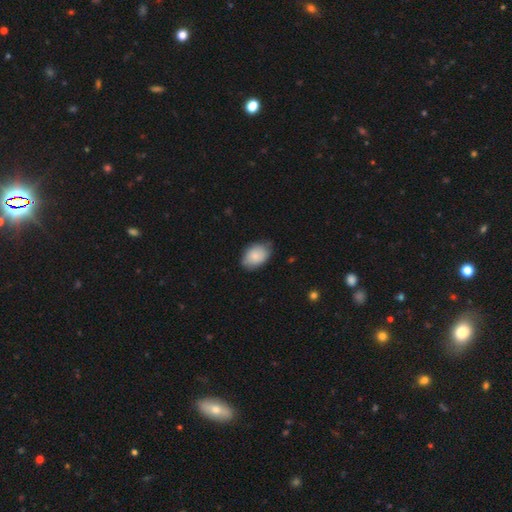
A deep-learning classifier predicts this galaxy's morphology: smooth_or_featured: smooth (p=0.84) [alt: featured or disk p=0.10]
how_rounded: in between (p=0.84) [alt: round p=0.15]
merging: none (p=0.72) [alt: minor disturbance p=0.24]